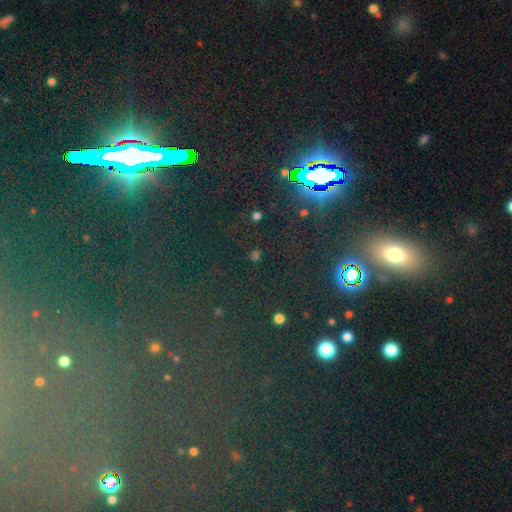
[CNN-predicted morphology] Smooth or featured? Predicted: star or artifact (p=0.71).